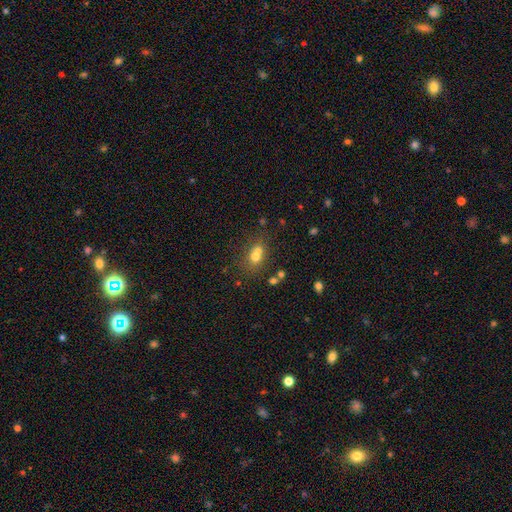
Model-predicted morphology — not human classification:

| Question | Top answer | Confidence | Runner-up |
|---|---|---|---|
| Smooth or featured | smooth | 63% | featured or disk (18%) |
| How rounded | round | 59% | in between (39%) |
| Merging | merger | 53% | none (35%) |